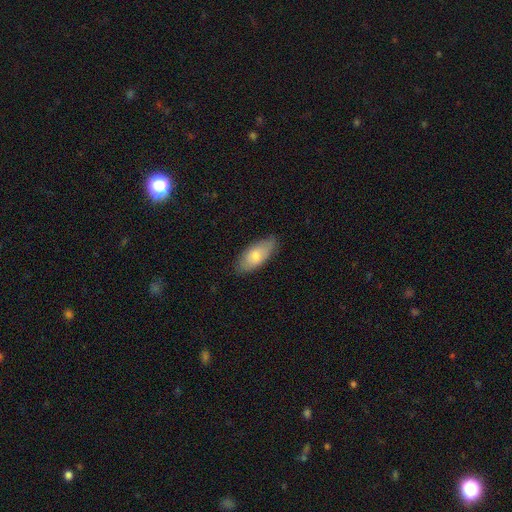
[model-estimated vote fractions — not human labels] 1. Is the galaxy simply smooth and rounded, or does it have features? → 73% smooth, 21% featured or disk, 6% star or artifact.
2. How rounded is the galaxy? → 88% in between, 10% cigar-shaped, 2% round.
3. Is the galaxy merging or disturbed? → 76% none, 20% minor disturbance, 3% major disturbance, 1% merger.